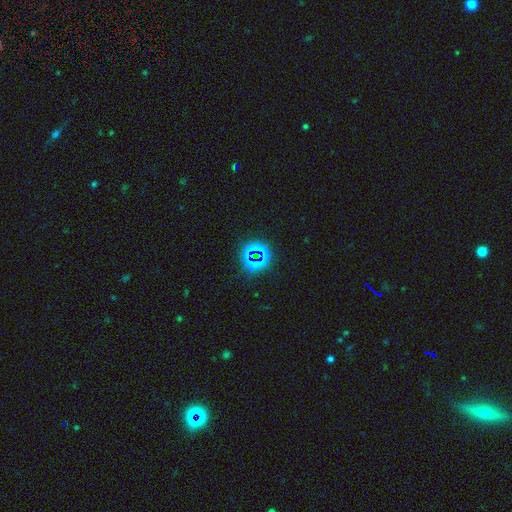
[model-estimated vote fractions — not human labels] The model was most divided on "smooth or featured": star or artifact: 68%, smooth: 23%, featured or disk: 9%.